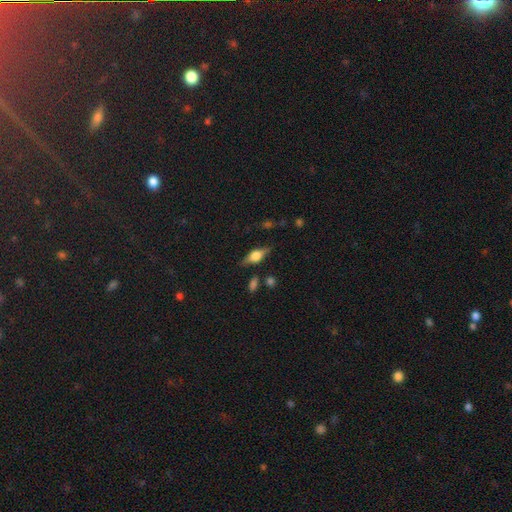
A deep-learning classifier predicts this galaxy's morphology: A featured or disk galaxy (57%) viewed edge-on (94%) with a rounded central bulge (89%). Merging: none (80%).